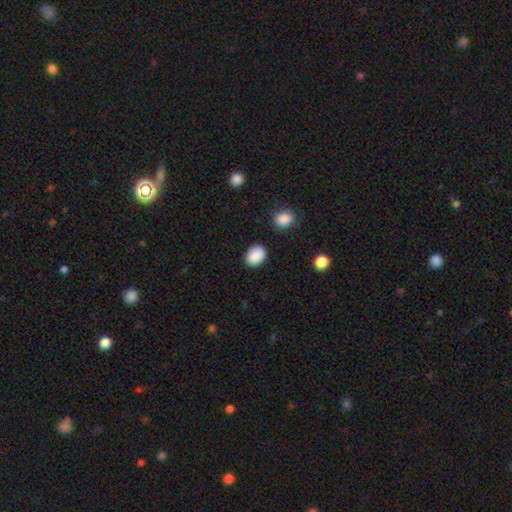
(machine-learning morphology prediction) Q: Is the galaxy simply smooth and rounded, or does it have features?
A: smooth — 89%.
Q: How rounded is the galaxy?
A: in between — 63%.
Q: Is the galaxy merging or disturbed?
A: none — 84%.